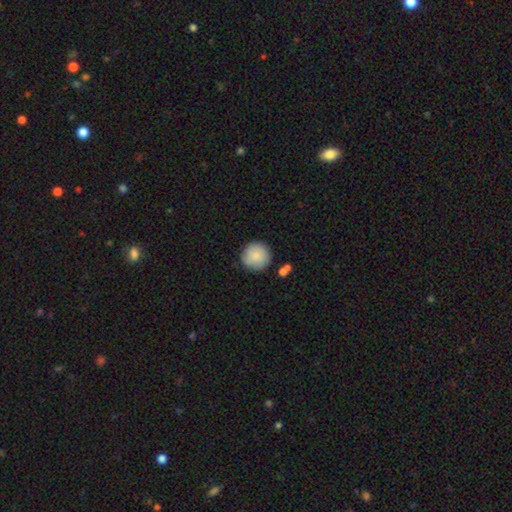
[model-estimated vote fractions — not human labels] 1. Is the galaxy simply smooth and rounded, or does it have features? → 85% smooth, 8% featured or disk, 6% star or artifact.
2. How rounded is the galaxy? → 95% round, 4% in between, 1% cigar-shaped.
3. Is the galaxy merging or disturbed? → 83% none, 11% minor disturbance, 4% merger, 3% major disturbance.